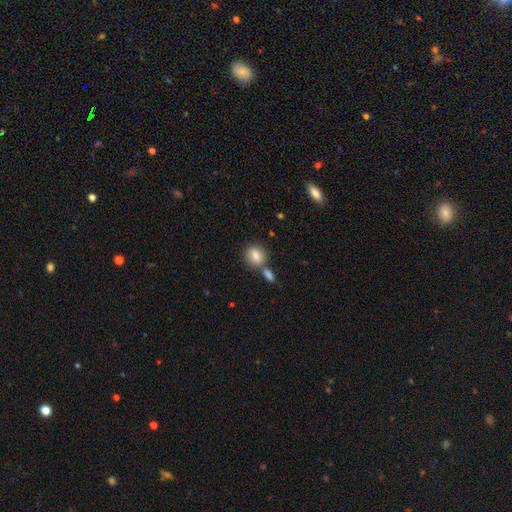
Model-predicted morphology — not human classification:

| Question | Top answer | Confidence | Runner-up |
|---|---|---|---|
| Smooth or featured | smooth | 83% | featured or disk (9%) |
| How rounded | round | 50% | in between (47%) |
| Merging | none | 58% | merger (28%) |